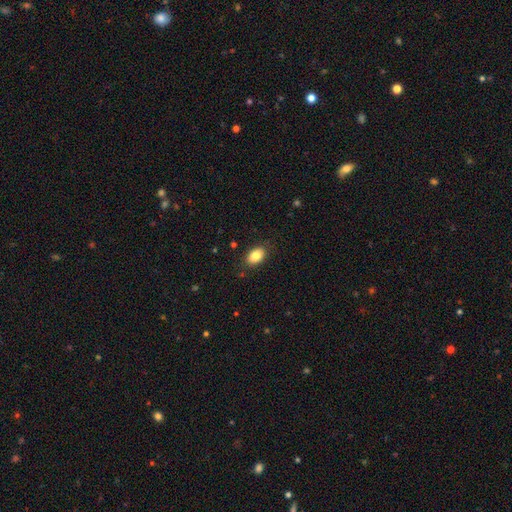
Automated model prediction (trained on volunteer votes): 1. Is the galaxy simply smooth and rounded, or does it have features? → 83% smooth, 9% featured or disk, 8% star or artifact.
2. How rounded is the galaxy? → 87% in between, 12% round, 1% cigar-shaped.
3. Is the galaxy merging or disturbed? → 85% none, 11% minor disturbance, 3% major disturbance, 1% merger.